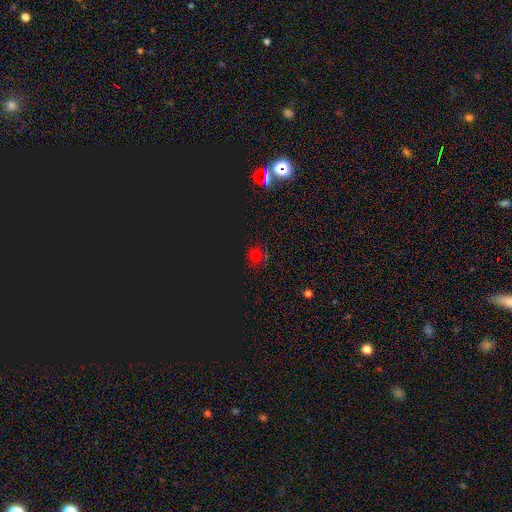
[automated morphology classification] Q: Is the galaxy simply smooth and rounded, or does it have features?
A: smooth — 48%.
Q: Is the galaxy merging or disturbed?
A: none — 80%.